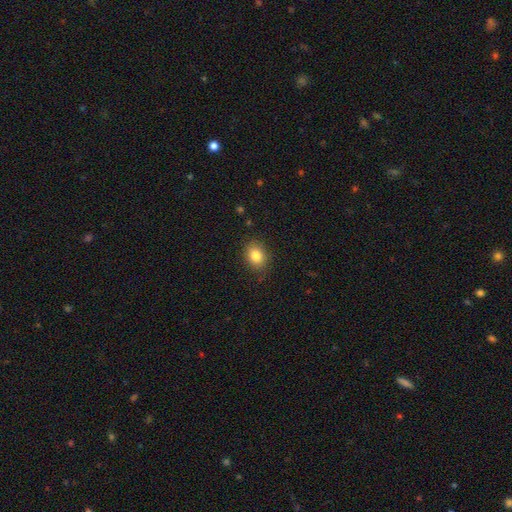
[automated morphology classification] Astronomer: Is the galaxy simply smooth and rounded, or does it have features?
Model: smooth — 84%.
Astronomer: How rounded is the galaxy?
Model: in between — 59% (runner-up: round, 40%).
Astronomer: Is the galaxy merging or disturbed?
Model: none — 85%.